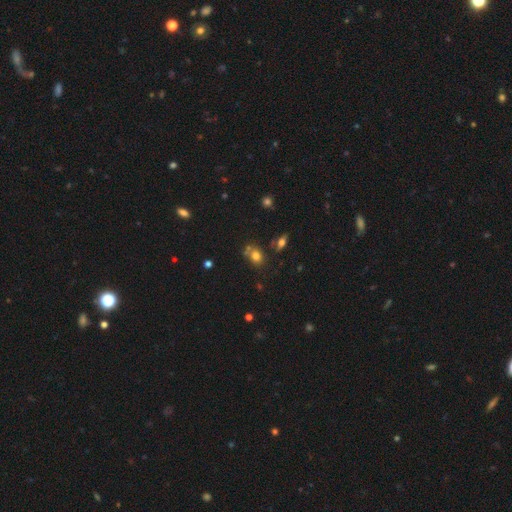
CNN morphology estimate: Smooth or featured?
  - smooth: 73% *
  - star or artifact: 16%
  - featured or disk: 11%
How rounded?
  - round: 52% *
  - in between: 46%
  - cigar-shaped: 2%
Merging?
  - none: 59% *
  - merger: 20%
  - minor disturbance: 16%
  - major disturbance: 6%